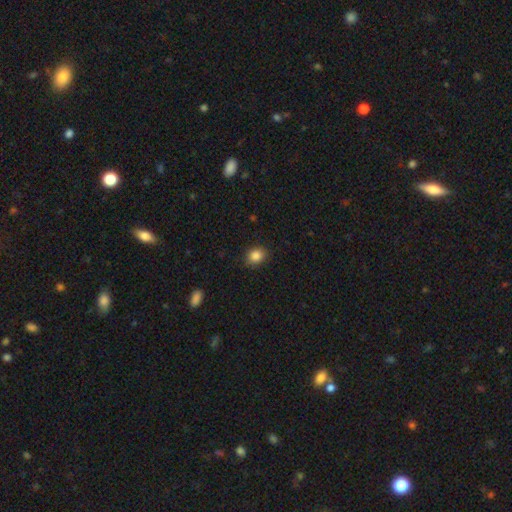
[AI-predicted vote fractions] A smooth galaxy with no disk features (86%) that is round (59%). Merging: none (87%).